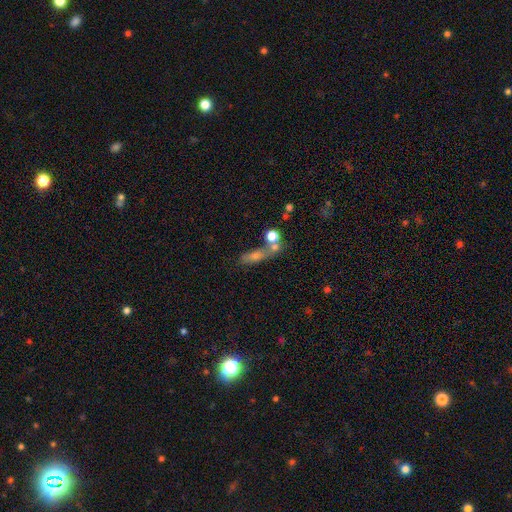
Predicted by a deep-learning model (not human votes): Smooth or featured: smooth — 53% (featured or disk — 28%)
How rounded: cigar-shaped — 44% (in between — 39%)
Merging: none — 45% (merger — 31%)